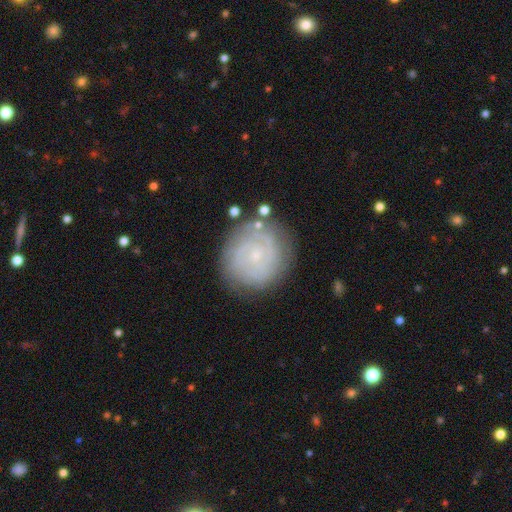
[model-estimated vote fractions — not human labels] Smooth or featured? featured or disk (72%)
Edge-on disk? no (98%)
Bar? no (74%)
Spiral arms? yes (91%)
Spiral winding? tight (76%)
Spiral arm count? can't tell (36%)
Bulge size? small (81%)
Merging? none (78%)